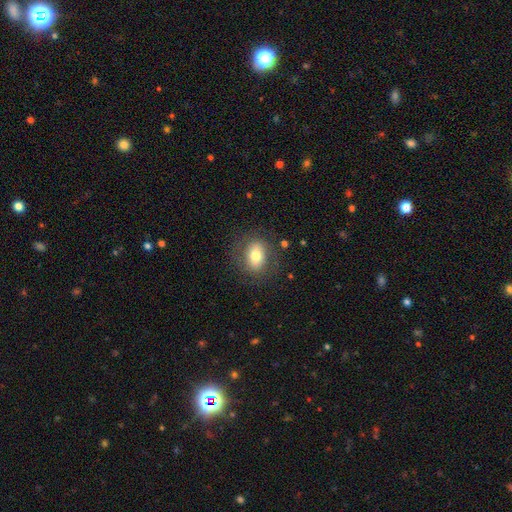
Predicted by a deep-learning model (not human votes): smooth-or-featured: smooth: 71% | featured or disk: 20% | star or artifact: 9%
  how-rounded: in between: 67% | round: 31% | cigar-shaped: 2%
  merging: none: 79% | minor disturbance: 13% | major disturbance: 7% | merger: 1%